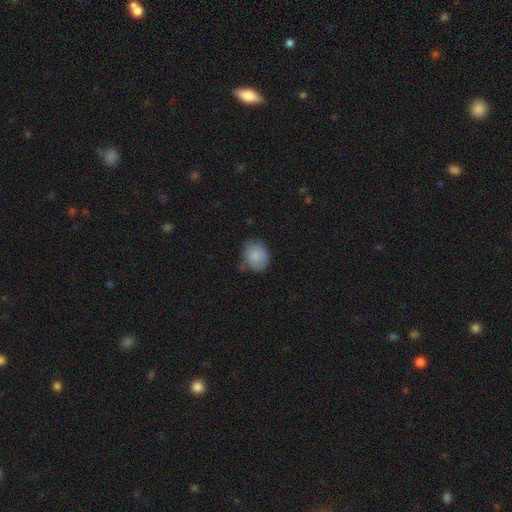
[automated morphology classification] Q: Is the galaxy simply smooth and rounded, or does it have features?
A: smooth — 83%.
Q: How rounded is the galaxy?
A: round — 63%.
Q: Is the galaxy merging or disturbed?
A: none — 62%.